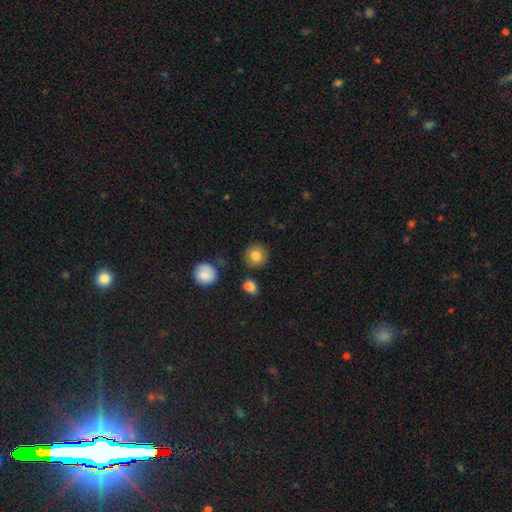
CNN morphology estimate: Smooth or featured? smooth (84%)
How rounded? round (90%)
Merging? none (85%)